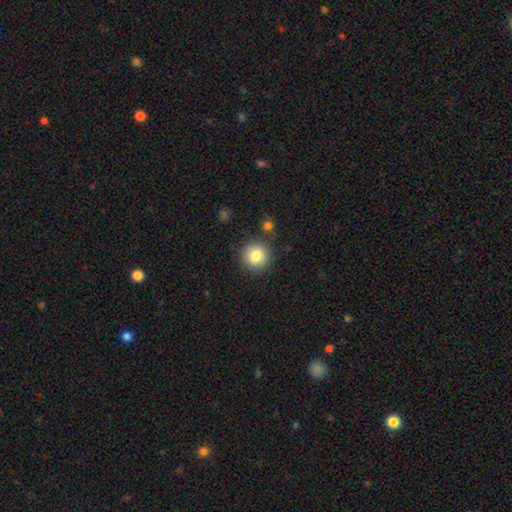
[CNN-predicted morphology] Q: Smooth or featured?
A: smooth (83%); runner-up: star or artifact (9%)
Q: How rounded?
A: round (93%); runner-up: in between (6%)
Q: Merging?
A: none (84%); runner-up: minor disturbance (8%)